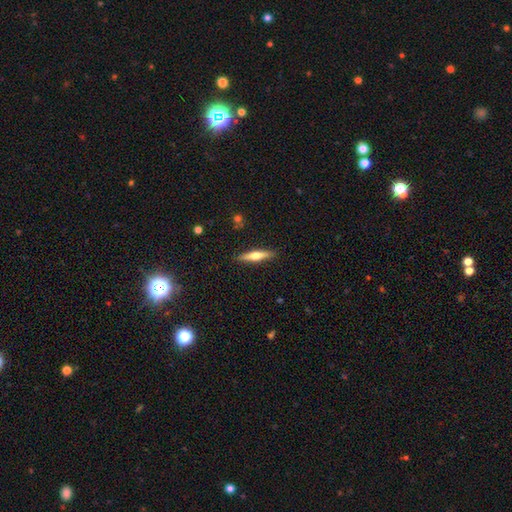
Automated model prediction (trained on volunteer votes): Q: Smooth or featured?
A: featured or disk (50%); runner-up: smooth (44%)
Q: Edge-on disk?
A: yes (94%); runner-up: no (6%)
Q: Merging?
A: none (90%); runner-up: minor disturbance (7%)